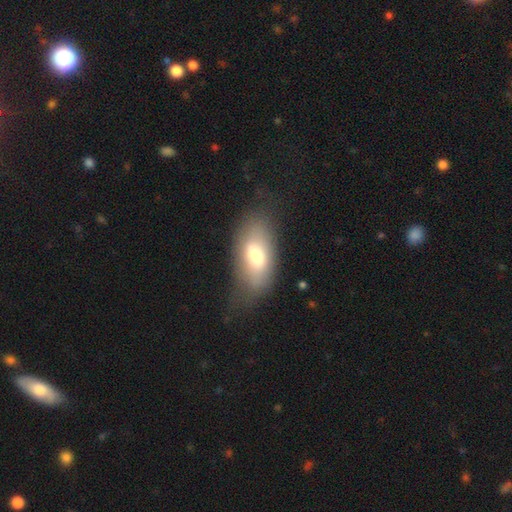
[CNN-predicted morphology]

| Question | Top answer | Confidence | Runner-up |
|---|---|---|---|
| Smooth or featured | smooth | 72% | featured or disk (21%) |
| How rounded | in between | 89% | cigar-shaped (7%) |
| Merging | none | 63% | minor disturbance (23%) |